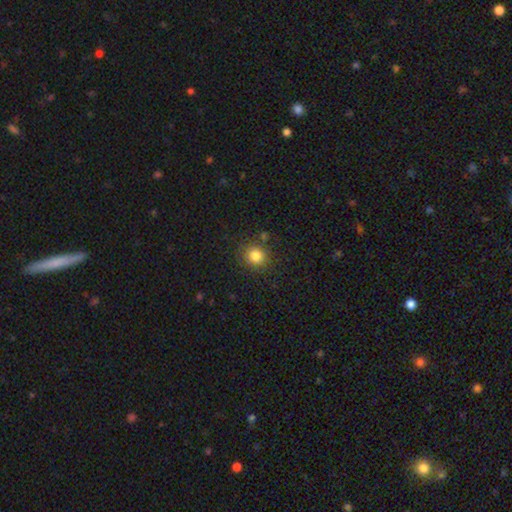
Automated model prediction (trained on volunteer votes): smooth_or_featured: smooth (p=0.82) [alt: star or artifact p=0.12]
how_rounded: round (p=0.83) [alt: in between p=0.16]
merging: none (p=0.82) [alt: minor disturbance p=0.10]